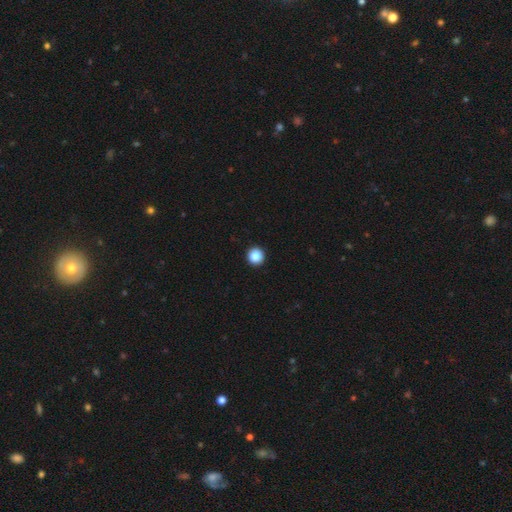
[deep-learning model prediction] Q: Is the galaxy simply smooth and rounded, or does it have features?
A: smooth — 86%.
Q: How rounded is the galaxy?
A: round — 94%.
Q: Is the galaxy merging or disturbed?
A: none — 94%.